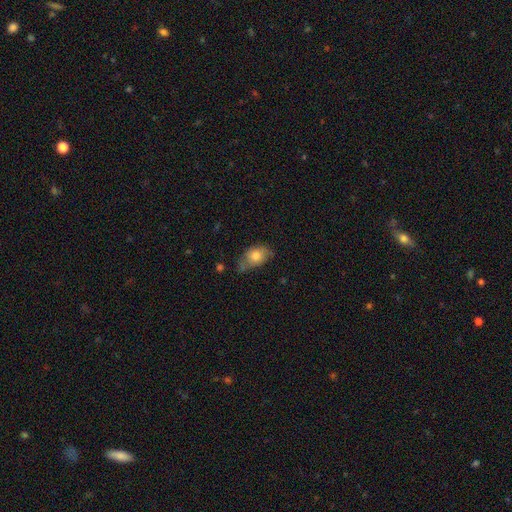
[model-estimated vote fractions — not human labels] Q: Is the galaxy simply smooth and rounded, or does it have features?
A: smooth — 74%.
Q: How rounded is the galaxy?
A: in between — 81%.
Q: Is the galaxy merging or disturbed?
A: none — 42%.